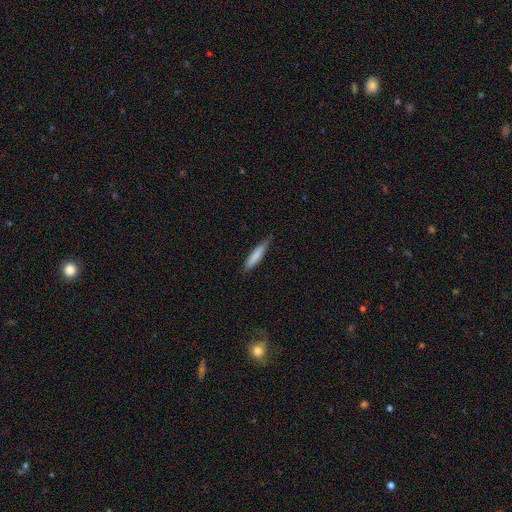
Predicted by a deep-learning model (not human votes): smooth 79%, featured or disk 15%, star or artifact 6%. Down the decision tree: how rounded — cigar-shaped (88%); merging — none (80%).